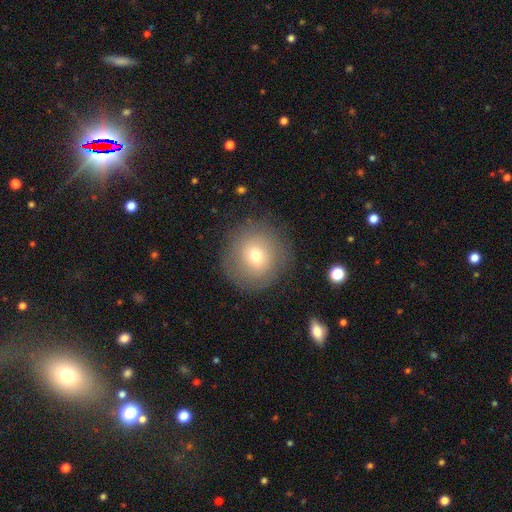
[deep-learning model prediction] A smooth galaxy with no disk features (63%) that is round (93%). Merging: none (84%).